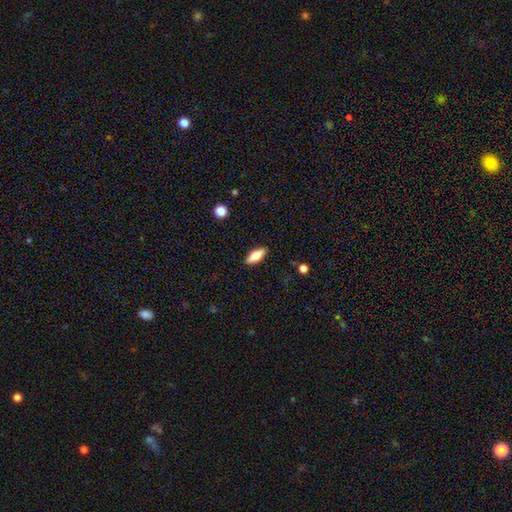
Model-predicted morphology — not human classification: Smooth or featured: smooth — 66% (featured or disk — 27%)
How rounded: in between — 71% (cigar-shaped — 26%)
Merging: none — 89% (minor disturbance — 8%)